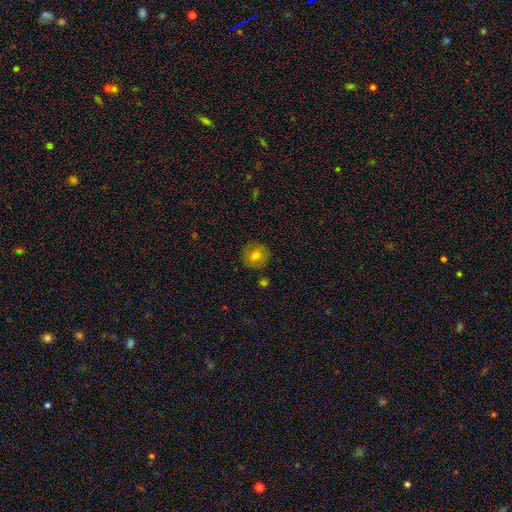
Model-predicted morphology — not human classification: Smooth or featured? smooth (74%)
How rounded? round (91%)
Merging? none (87%)